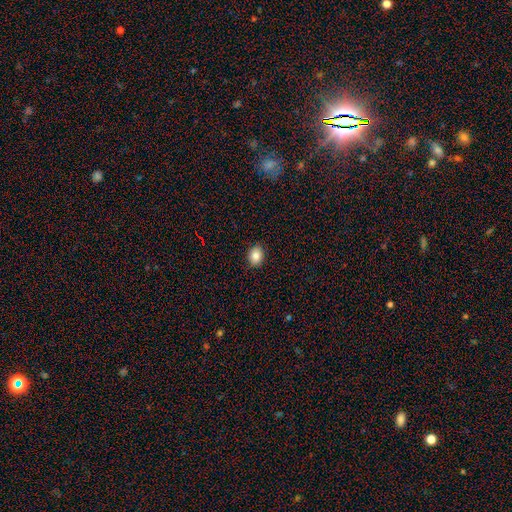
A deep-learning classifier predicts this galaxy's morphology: Smooth or featured?
  - smooth: 85% *
  - star or artifact: 9%
  - featured or disk: 6%
How rounded?
  - in between: 57% *
  - round: 43%
  - cigar-shaped: 1%
Merging?
  - none: 90% *
  - minor disturbance: 7%
  - major disturbance: 2%
  - merger: 1%